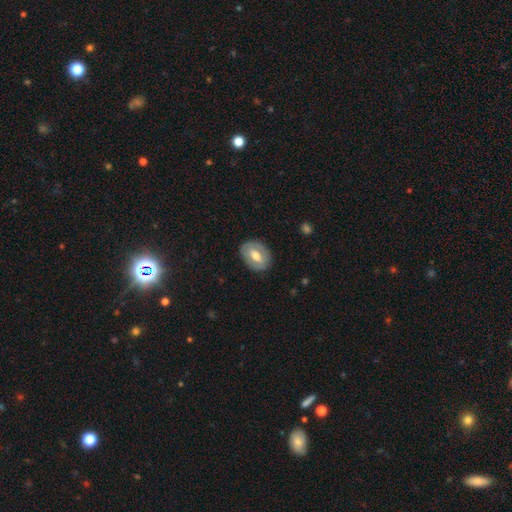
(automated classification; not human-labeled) A featured or disk galaxy (50%). Merging: none (82%).